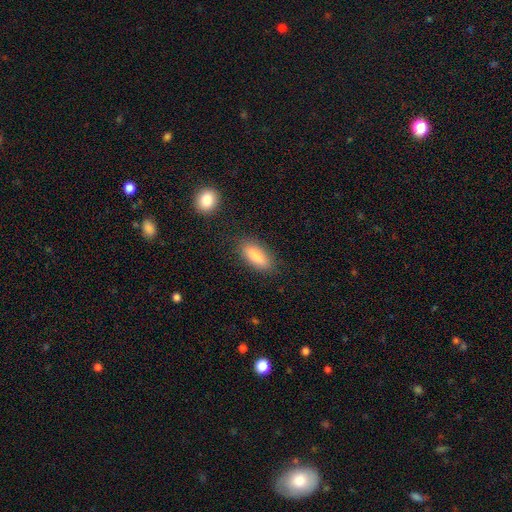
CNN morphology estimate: type=smooth (83%); roundness=in between (77%); merging=none (83%).